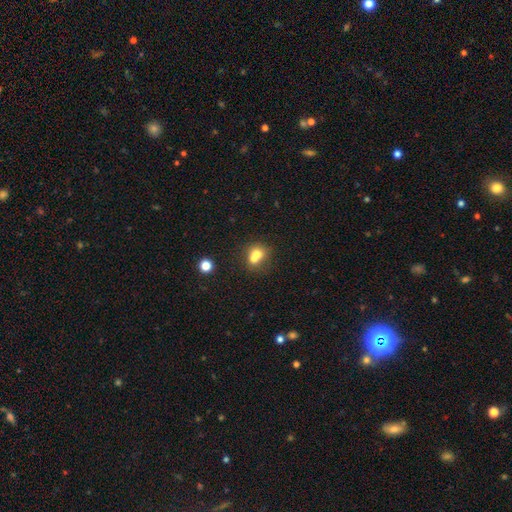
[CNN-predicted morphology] Smooth or featured: smooth — 69% (featured or disk — 19%)
How rounded: round — 65% (in between — 34%)
Merging: merger — 59% (none — 30%)